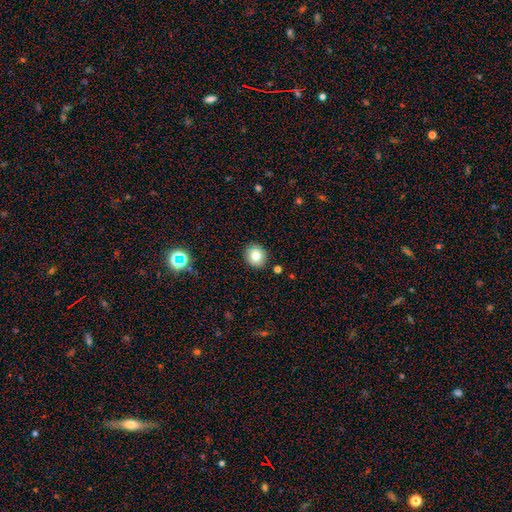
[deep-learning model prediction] This is likely a smooth galaxy (79%). How rounded: clearly round (85%). Merging: clearly none (88%).